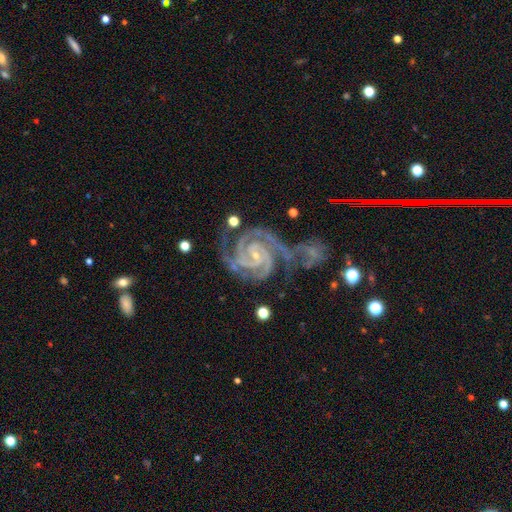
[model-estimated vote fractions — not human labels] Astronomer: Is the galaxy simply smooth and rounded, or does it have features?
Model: featured or disk — 94%.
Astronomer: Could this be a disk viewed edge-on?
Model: no — 98%.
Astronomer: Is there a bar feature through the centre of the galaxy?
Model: no — 52% (runner-up: weak, 30%).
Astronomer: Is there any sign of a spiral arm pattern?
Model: yes — 99%.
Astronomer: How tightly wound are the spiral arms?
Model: tight — 73%.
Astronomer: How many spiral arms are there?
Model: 2 — 41% (runner-up: 3, 33%).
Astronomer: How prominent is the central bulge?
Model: small — 83%.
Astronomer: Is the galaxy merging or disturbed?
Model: none — 42% (runner-up: merger, 23%).